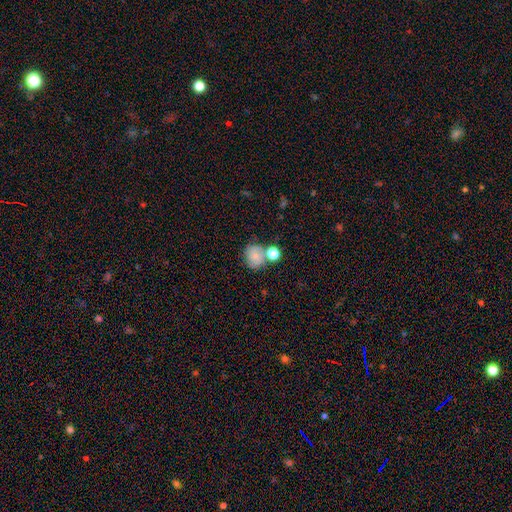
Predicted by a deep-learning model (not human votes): Overall: smooth (70%). How rounded: round (77%). Merging: none (52%; merger 26%).